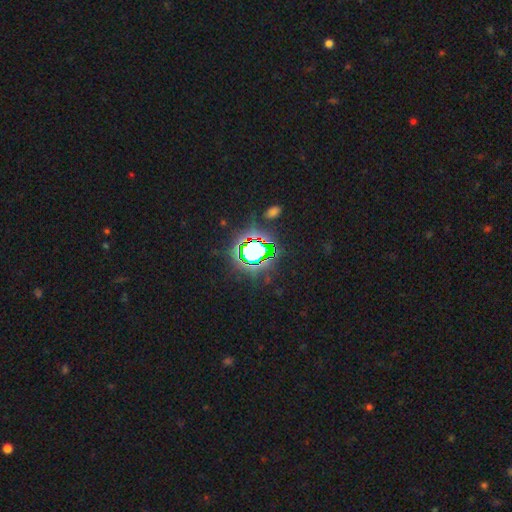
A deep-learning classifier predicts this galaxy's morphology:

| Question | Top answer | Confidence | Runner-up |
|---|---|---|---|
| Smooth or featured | star or artifact | 73% | smooth (16%) |